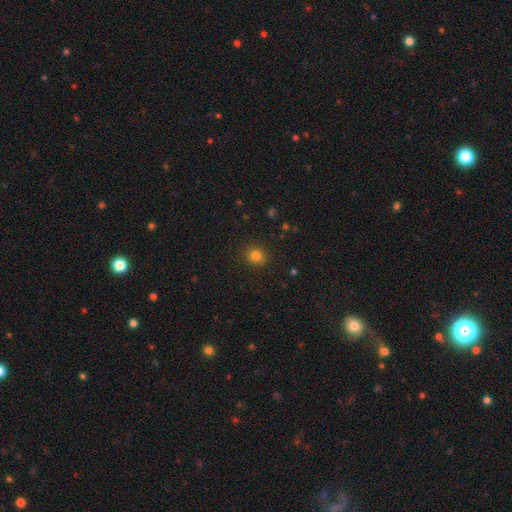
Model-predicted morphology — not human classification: A smooth galaxy with no disk features (81%) that is round (79%). Merging: none (90%).